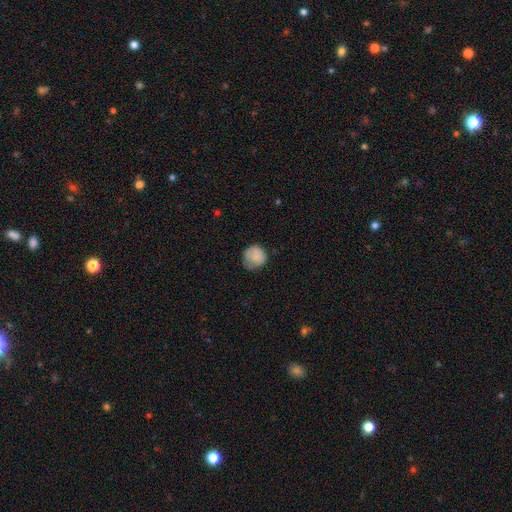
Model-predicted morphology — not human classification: Smooth or featured? Predicted: smooth (p=0.80). How rounded? Predicted: round (p=0.87). Merging? Predicted: none (p=0.65).